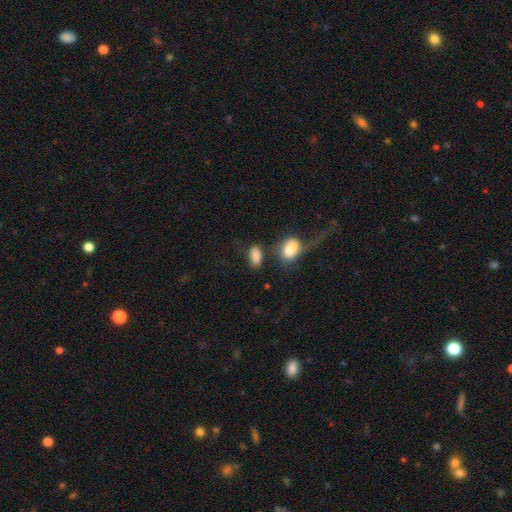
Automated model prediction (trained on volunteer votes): smooth-or-featured: smooth: 85% | star or artifact: 8% | featured or disk: 7%
  how-rounded: in between: 90% | round: 6% | cigar-shaped: 4%
  merging: none: 53% | merger: 21% | minor disturbance: 16% | major disturbance: 10%